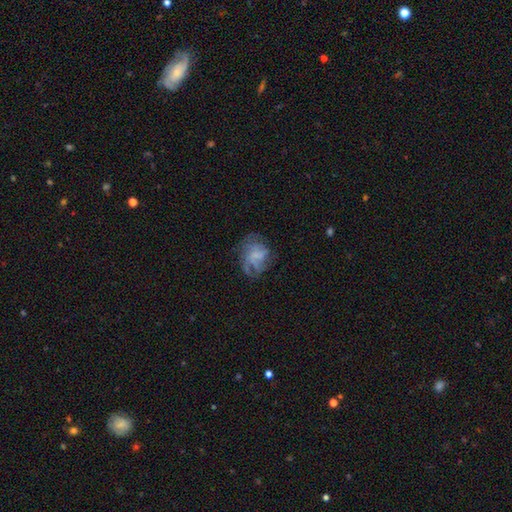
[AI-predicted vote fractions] Smooth or featured? featured or disk (53%)
Edge-on disk? no (98%)
Bar? no (66%)
Spiral arms? yes (61%)
Bulge size? none (57%)
Merging? none (51%)